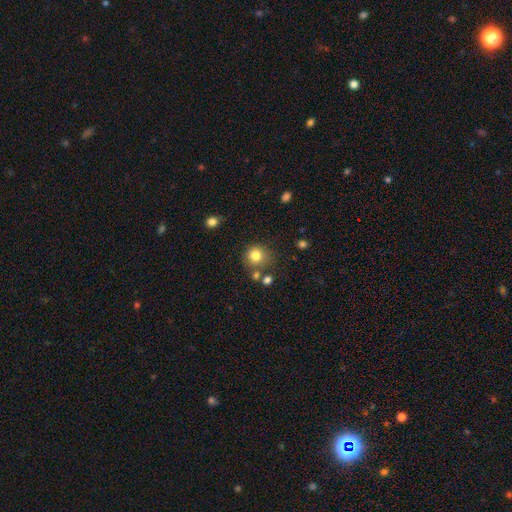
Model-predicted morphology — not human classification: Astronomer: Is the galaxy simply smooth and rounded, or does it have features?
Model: smooth — 80%.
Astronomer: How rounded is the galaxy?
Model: round — 89%.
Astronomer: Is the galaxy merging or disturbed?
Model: none — 71%.